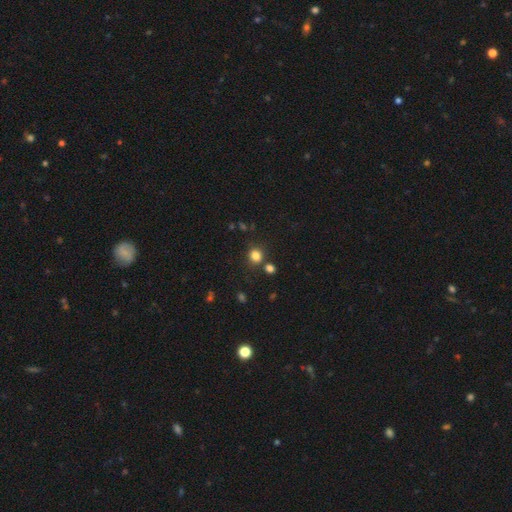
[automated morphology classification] Overall: smooth (81%). How rounded: round (80%). Merging: none (77%).